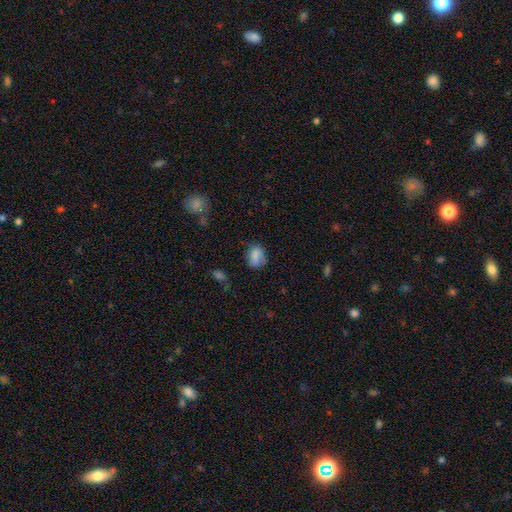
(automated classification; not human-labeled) Morphology: type=smooth (78%); roundness=in between (63%); merging=none (65%).